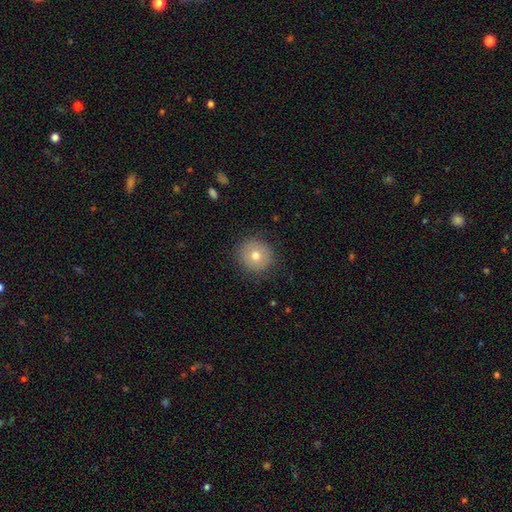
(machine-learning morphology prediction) A smooth galaxy with no disk features (72%) that is round (93%). Merging: none (89%).